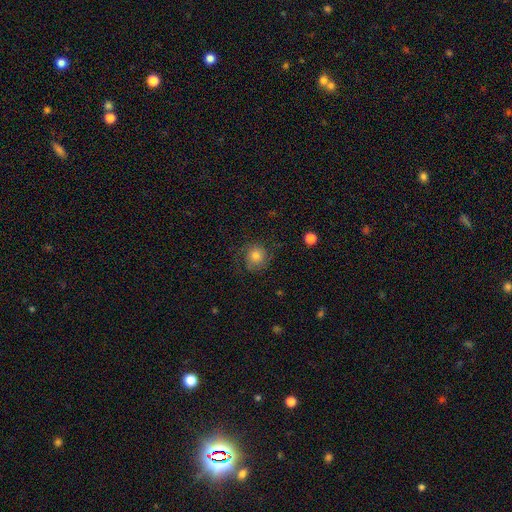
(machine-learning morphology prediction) This is likely a smooth galaxy (66%). How rounded: clearly round (87%). Merging: likely none (70%).